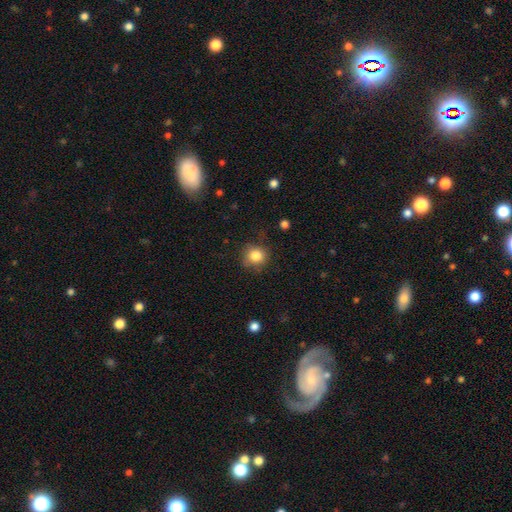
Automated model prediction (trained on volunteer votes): Overall: smooth (83%). How rounded: round (87%). Merging: none (77%).